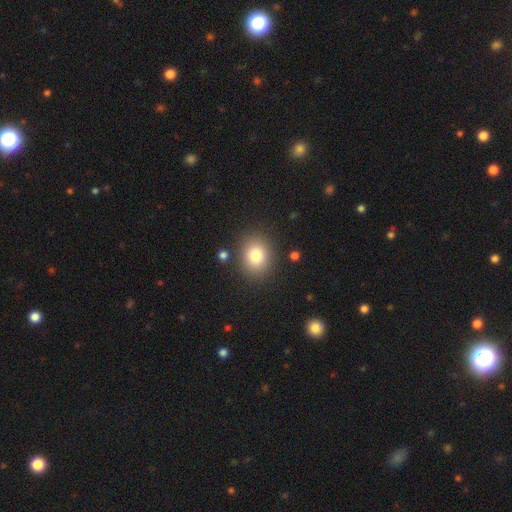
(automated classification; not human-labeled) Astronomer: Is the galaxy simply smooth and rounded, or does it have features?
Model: smooth — 81%.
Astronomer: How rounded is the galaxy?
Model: round — 62% (runner-up: in between, 37%).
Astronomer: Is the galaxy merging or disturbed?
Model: none — 84%.